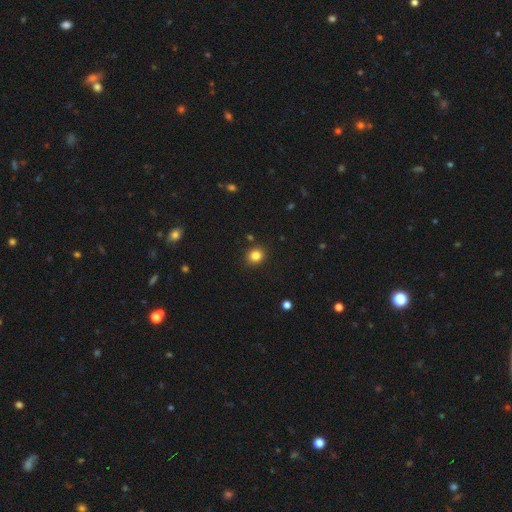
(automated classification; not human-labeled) smooth-or-featured: smooth: 83% | star or artifact: 12% | featured or disk: 5%
  how-rounded: round: 70% | in between: 29% | cigar-shaped: 1%
  merging: none: 88% | minor disturbance: 8% | major disturbance: 2% | merger: 2%